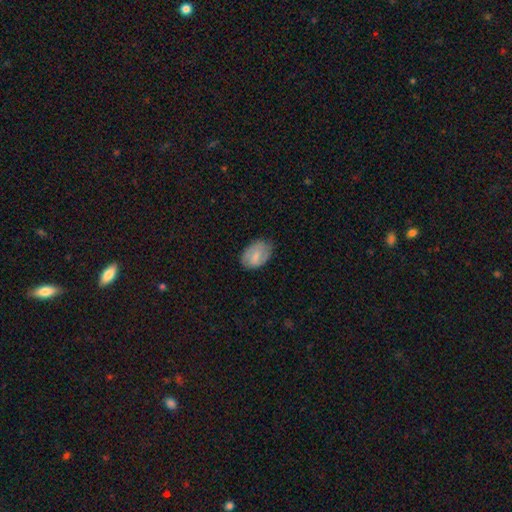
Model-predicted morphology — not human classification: This appears to be a smooth galaxy with no disk features (57%) that is in between round and cigar-shaped (86%). Merging: none (70%).